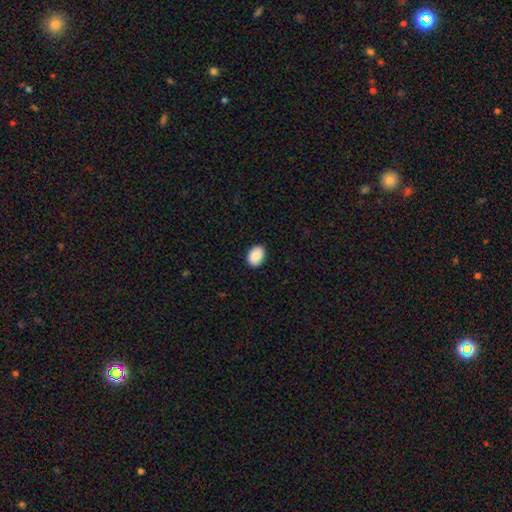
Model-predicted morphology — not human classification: smooth 88%, star or artifact 7%, featured or disk 6%. Down the decision tree: how rounded — in between (76%); merging — none (86%).